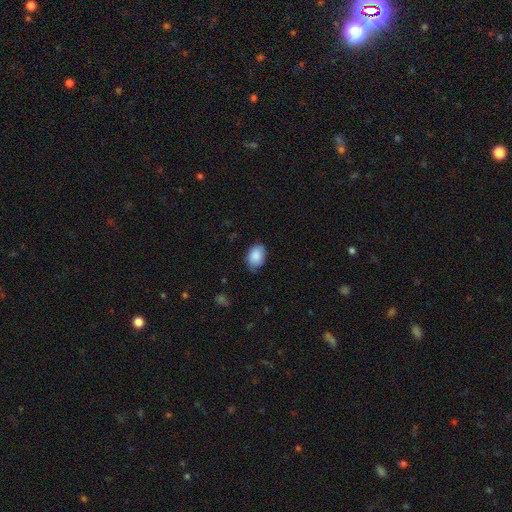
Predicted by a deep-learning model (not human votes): smooth_or_featured: smooth (p=0.86) [alt: featured or disk p=0.07]
how_rounded: in between (p=0.84) [alt: round p=0.15]
merging: none (p=0.70) [alt: minor disturbance p=0.25]